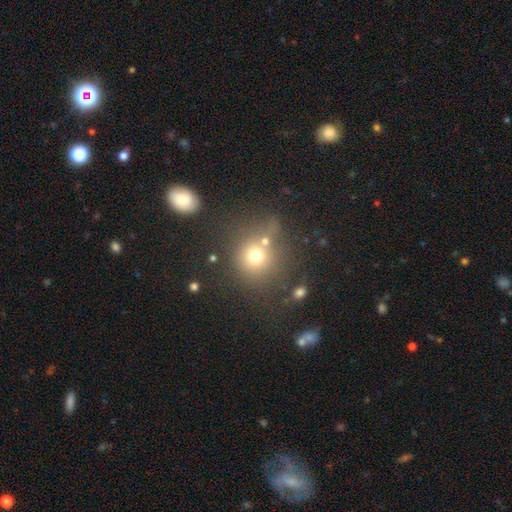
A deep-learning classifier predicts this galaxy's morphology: type=smooth (70%); roundness=round (89%); merging=none (57%).